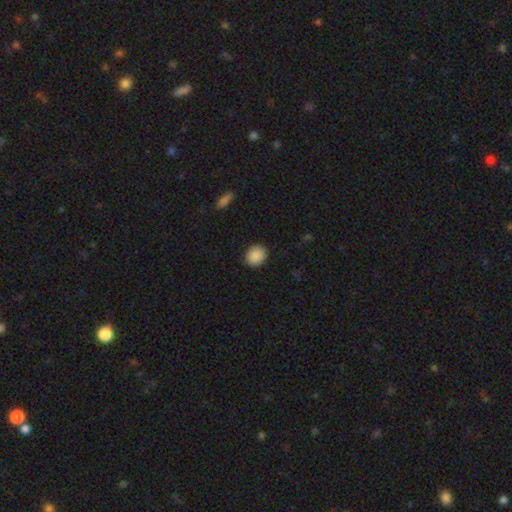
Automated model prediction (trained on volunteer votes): This is clearly a smooth galaxy (89%). How rounded: likely round (70%). Merging: clearly none (89%).